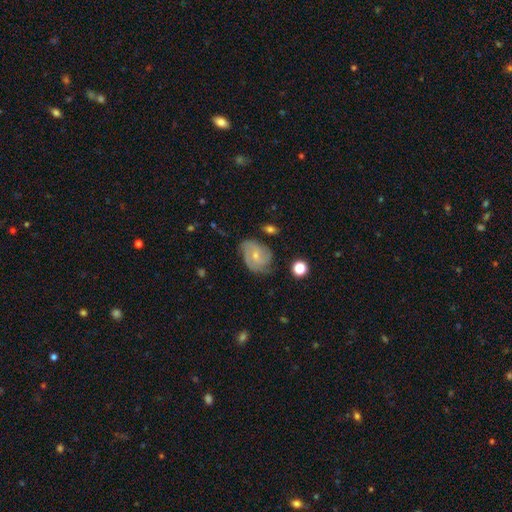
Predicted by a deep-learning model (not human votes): This appears to be a featured or disk galaxy (71%) with no bar (58%), 2 (34%) tight (47%) spiral arms (90%) and a small central bulge (59%). Merging: none (60%).